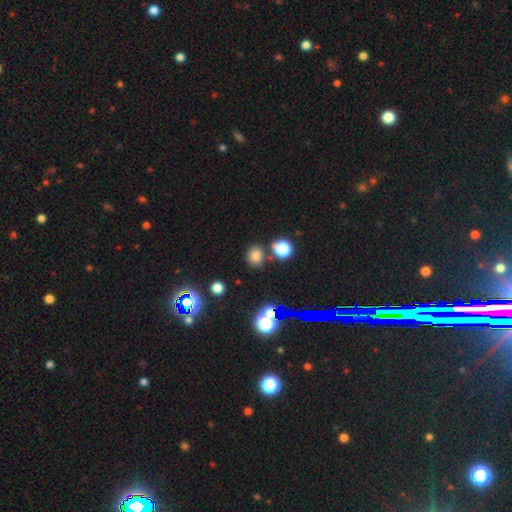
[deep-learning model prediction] smooth 71%, star or artifact 22%, featured or disk 7%. Down the decision tree: how rounded — round (60%); merging — none (76%).